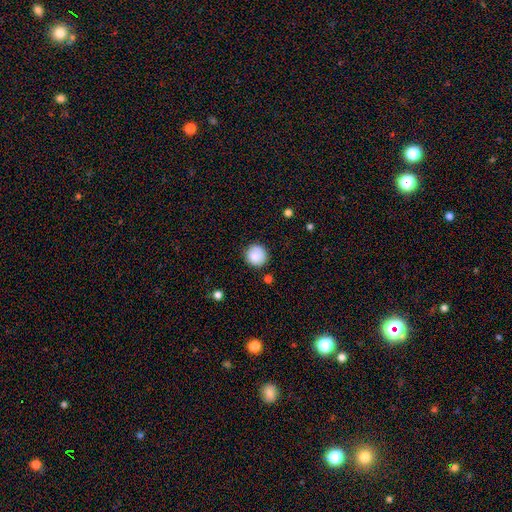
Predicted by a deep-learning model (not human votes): smooth 86%, star or artifact 8%, featured or disk 5%. Down the decision tree: how rounded — round (93%); merging — none (83%).